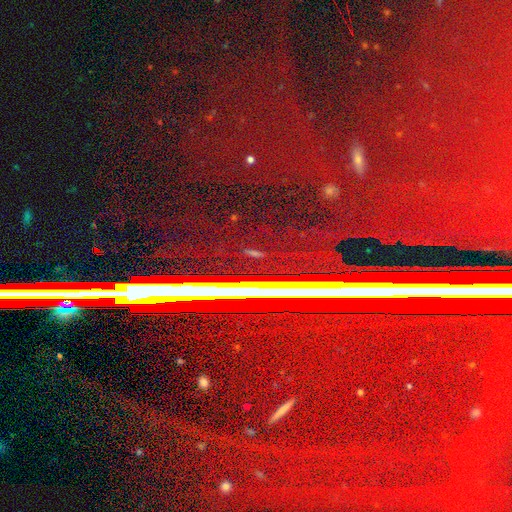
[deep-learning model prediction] Smooth or featured: star or artifact — 74% (featured or disk — 15%)